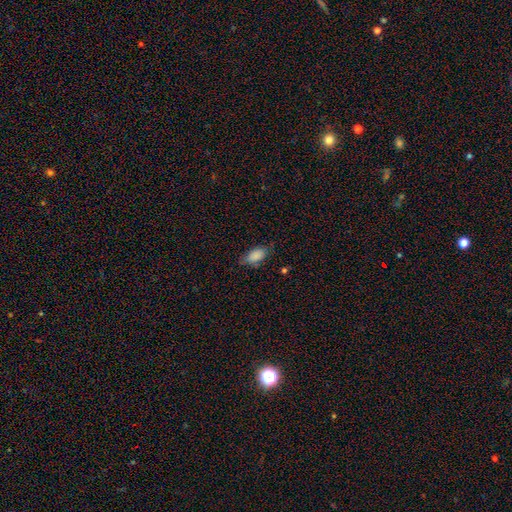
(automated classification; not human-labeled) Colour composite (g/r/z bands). It shows a smooth galaxy with no disk features (85%) that is in between round and cigar-shaped (91%). Merging: none (68%).